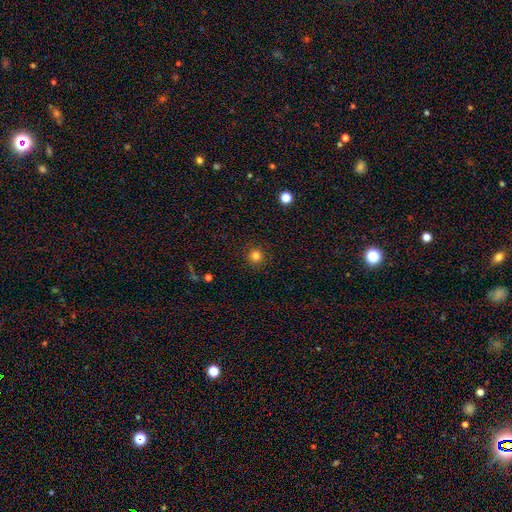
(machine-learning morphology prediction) Smooth or featured?
  - smooth: 81% *
  - star or artifact: 14%
  - featured or disk: 5%
How rounded?
  - round: 95% *
  - in between: 4%
  - cigar-shaped: 1%
Merging?
  - none: 92% *
  - minor disturbance: 5%
  - major disturbance: 2%
  - merger: 1%